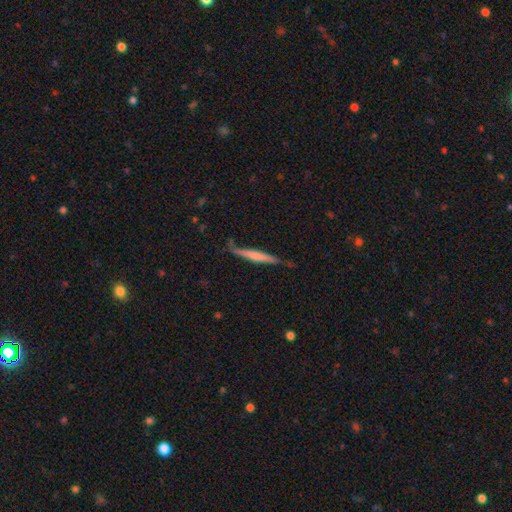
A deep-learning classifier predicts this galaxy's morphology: This appears to be a featured or disk galaxy (48%). Merging: none (72%).